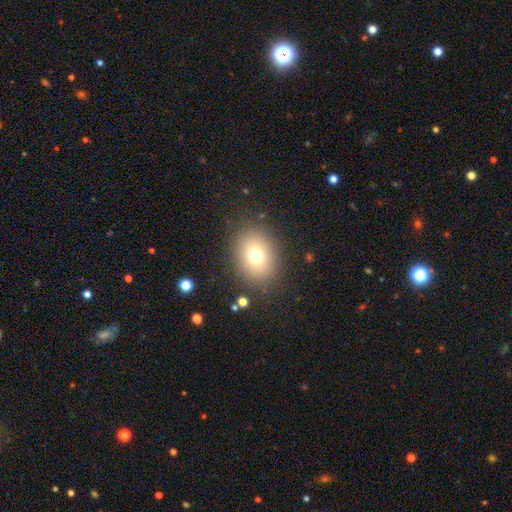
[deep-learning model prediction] Morphology: type=smooth (73%); roundness=round (52%); merging=none (84%).